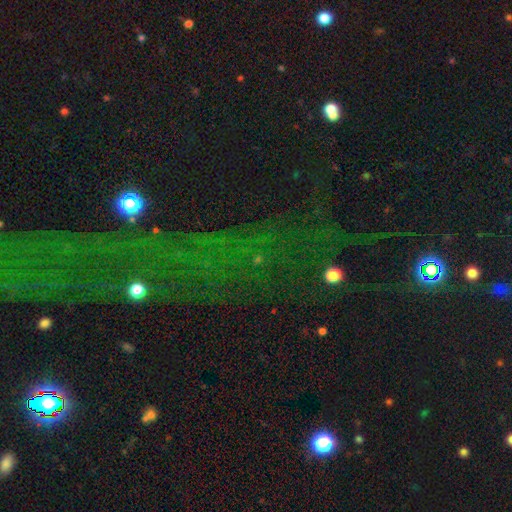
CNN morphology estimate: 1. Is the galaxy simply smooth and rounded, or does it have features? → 72% star or artifact, 15% smooth, 12% featured or disk.